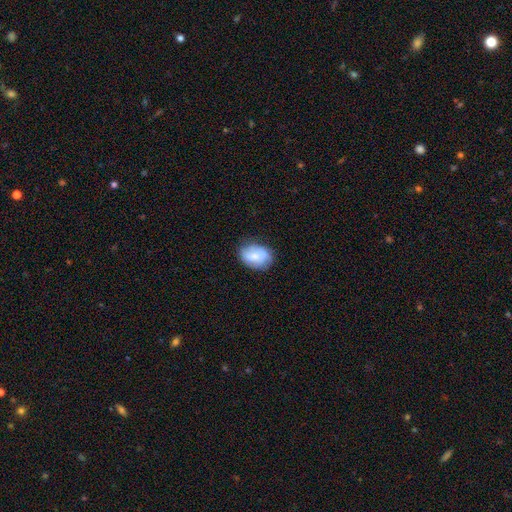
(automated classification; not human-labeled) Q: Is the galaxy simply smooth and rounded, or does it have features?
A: smooth — 55%.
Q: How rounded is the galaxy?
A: in between — 72%.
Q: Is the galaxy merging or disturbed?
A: none — 70%.